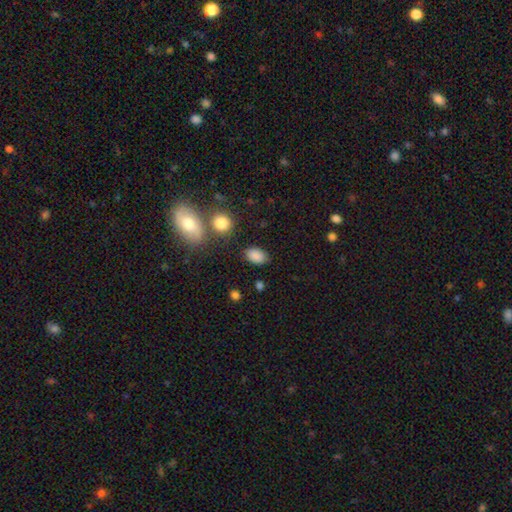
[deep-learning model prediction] Smooth or featured? Predicted: smooth (p=0.86). How rounded? Predicted: in between (p=0.87). Merging? Predicted: none (p=0.82).